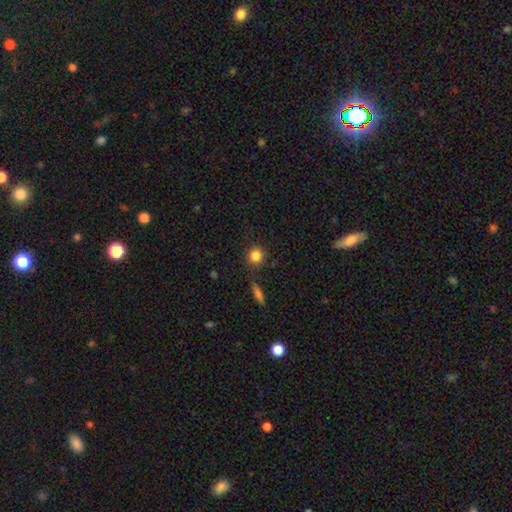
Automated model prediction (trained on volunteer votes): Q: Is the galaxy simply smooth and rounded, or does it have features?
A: smooth — 84%.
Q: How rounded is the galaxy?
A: round — 90%.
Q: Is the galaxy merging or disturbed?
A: none — 83%.